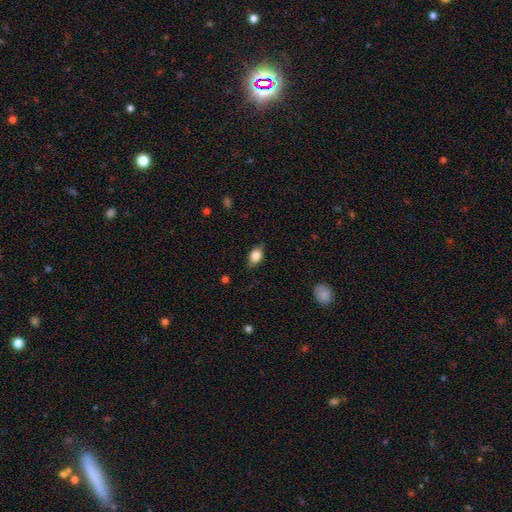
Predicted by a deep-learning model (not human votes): This is clearly a smooth galaxy (81%). How rounded: clearly in between (85%). Merging: clearly none (81%).